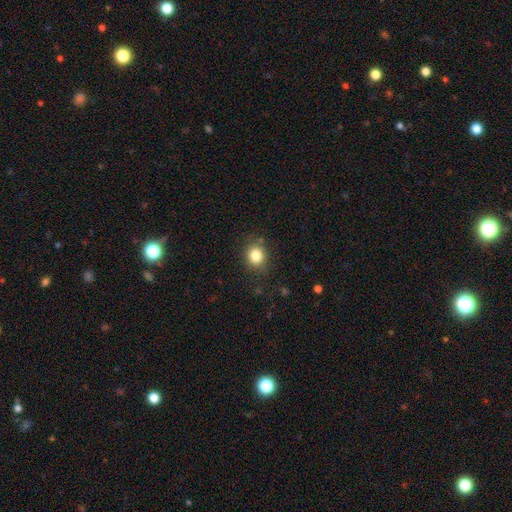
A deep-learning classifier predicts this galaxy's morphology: Q: Smooth or featured?
A: smooth (83%); runner-up: star or artifact (12%)
Q: How rounded?
A: round (79%); runner-up: in between (20%)
Q: Merging?
A: none (84%); runner-up: minor disturbance (11%)